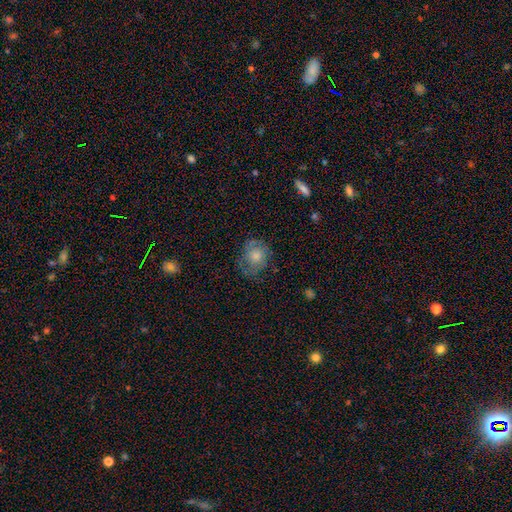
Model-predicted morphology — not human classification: This appears to be a smooth galaxy with no disk features (67%) that is round (70%). Merging: none (64%).